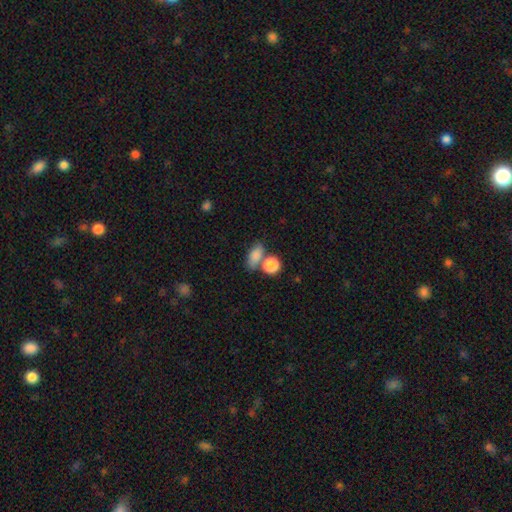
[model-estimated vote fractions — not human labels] smooth 83%, star or artifact 9%, featured or disk 8%. Down the decision tree: how rounded — in between (75%); merging — none (51%).